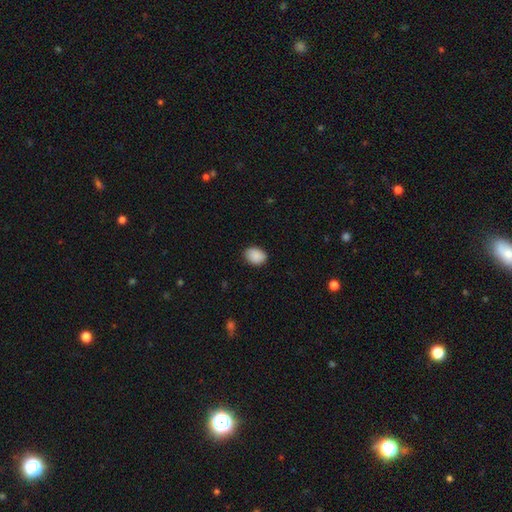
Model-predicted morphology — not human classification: The model was most divided on "how rounded": in between: 68%, round: 31%, cigar-shaped: 1%. More confident: smooth or featured — smooth (90%); merging — none (86%).